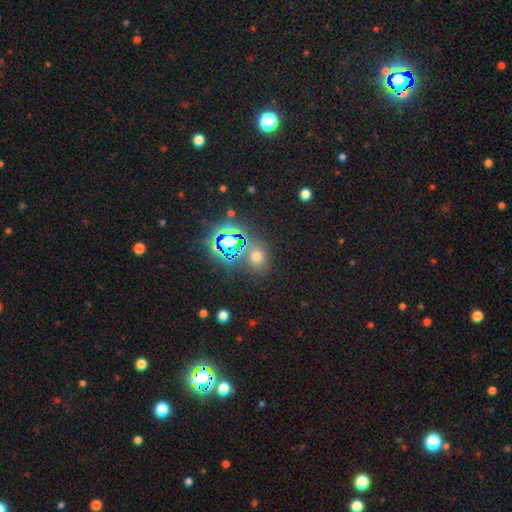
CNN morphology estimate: A smooth galaxy with no disk features (48%).

Vote fractions:
- Smooth or featured? smooth: 48% / star or artifact: 44% / featured or disk: 8%
- Merging? none: 78% / minor disturbance: 9% / merger: 8% / major disturbance: 4%